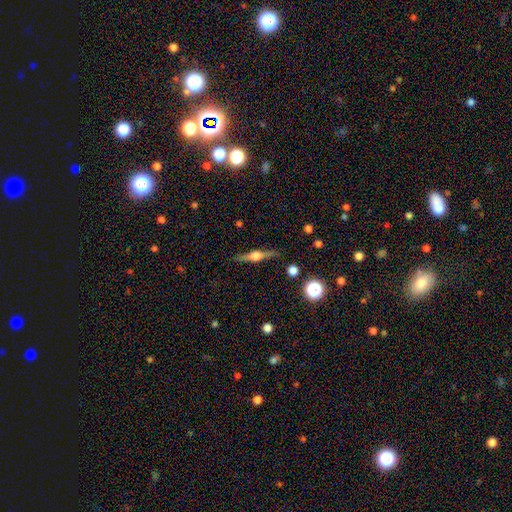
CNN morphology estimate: Q: Smooth or featured?
A: featured or disk (77%); runner-up: smooth (17%)
Q: Edge-on disk?
A: yes (98%); runner-up: no (2%)
Q: Edge-on bulge?
A: rounded (91%); runner-up: boxy (7%)
Q: Merging?
A: none (88%); runner-up: minor disturbance (9%)